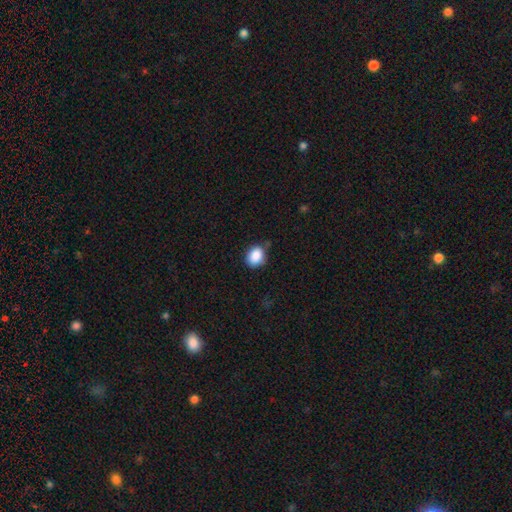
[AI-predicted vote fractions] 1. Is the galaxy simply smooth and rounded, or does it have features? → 88% smooth, 8% star or artifact, 4% featured or disk.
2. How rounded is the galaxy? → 53% in between, 46% round, 1% cigar-shaped.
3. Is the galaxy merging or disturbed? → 72% none, 21% minor disturbance, 4% major disturbance, 3% merger.